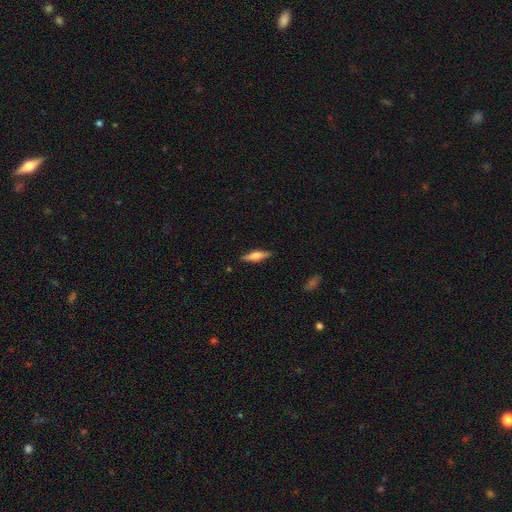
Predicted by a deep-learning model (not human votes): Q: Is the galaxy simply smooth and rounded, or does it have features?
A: smooth — 50%.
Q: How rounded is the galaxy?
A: cigar-shaped — 70%.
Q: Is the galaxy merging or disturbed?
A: none — 86%.